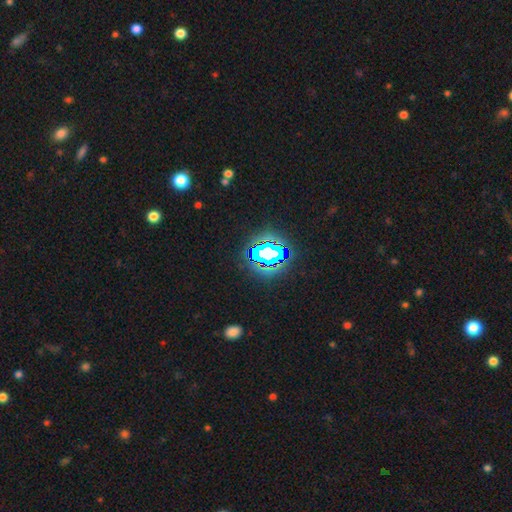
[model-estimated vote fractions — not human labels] Smooth or featured?
  - star or artifact: 79% *
  - smooth: 14%
  - featured or disk: 7%